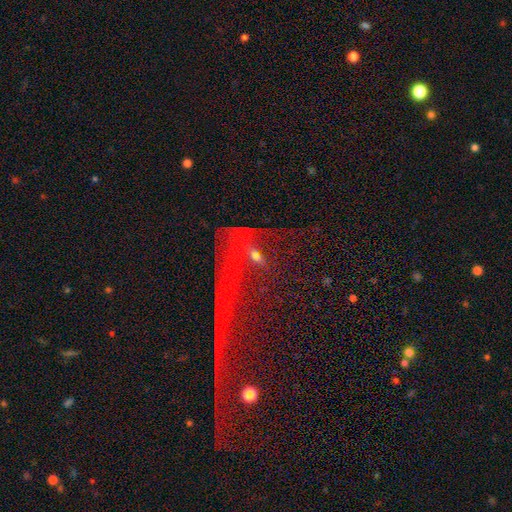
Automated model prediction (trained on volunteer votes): Q: Smooth or featured?
A: star or artifact (44%); runner-up: featured or disk (32%)